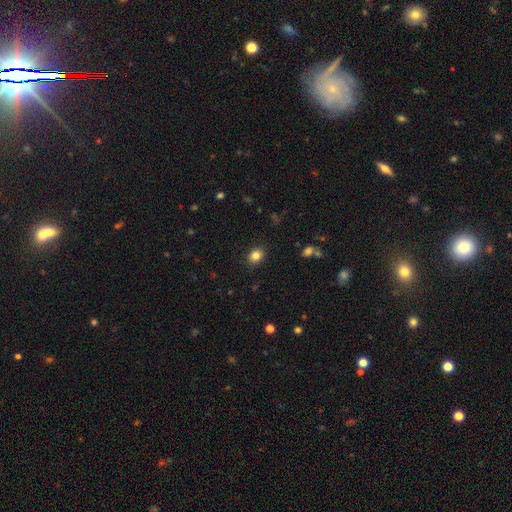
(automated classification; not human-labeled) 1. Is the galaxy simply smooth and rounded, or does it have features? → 84% smooth, 11% star or artifact, 6% featured or disk.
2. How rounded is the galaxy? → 51% round, 48% in between, 1% cigar-shaped.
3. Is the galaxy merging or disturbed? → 88% none, 9% minor disturbance, 2% major disturbance, 1% merger.